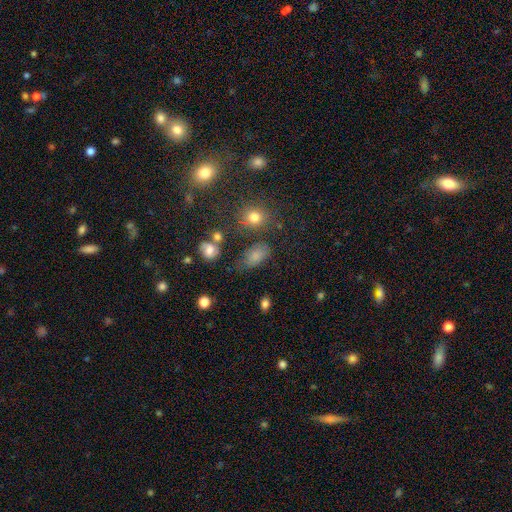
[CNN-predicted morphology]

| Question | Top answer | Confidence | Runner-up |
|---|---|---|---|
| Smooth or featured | smooth | 75% | star or artifact (14%) |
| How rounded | in between | 86% | round (12%) |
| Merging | none | 56% | minor disturbance (26%) |